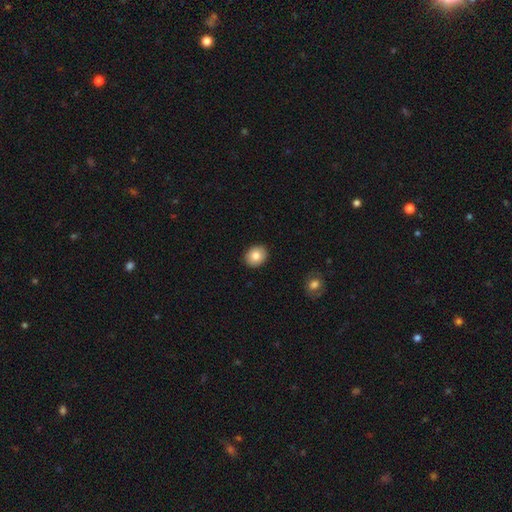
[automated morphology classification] This appears to be a smooth galaxy with no disk features (83%) that is round (58%). Merging: none (91%).